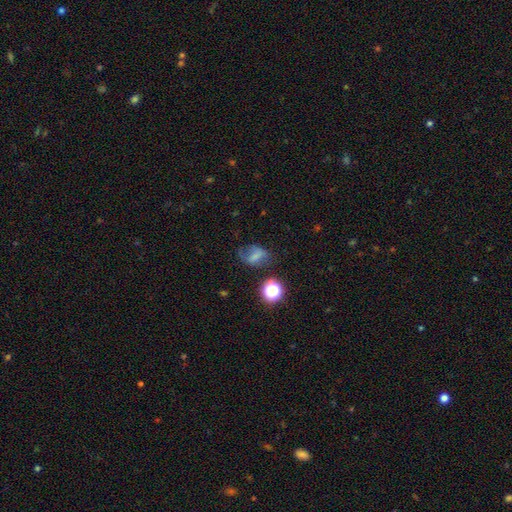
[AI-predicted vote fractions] Morphology: type=smooth (55%); roundness=in between (62%); merging=none (52%).